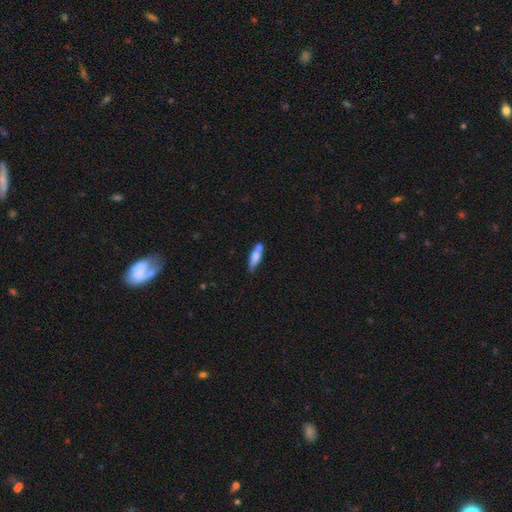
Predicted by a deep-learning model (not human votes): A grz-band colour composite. It shows a smooth galaxy with no disk features (67%) that is cigar-shaped (59%). Merging: none (52%).